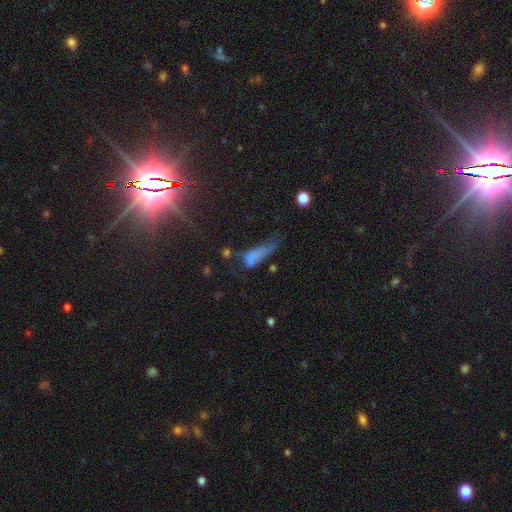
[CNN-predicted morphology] Overall: smooth (47%; star or artifact 32%). Merging: major disturbance (33%; none 32%).